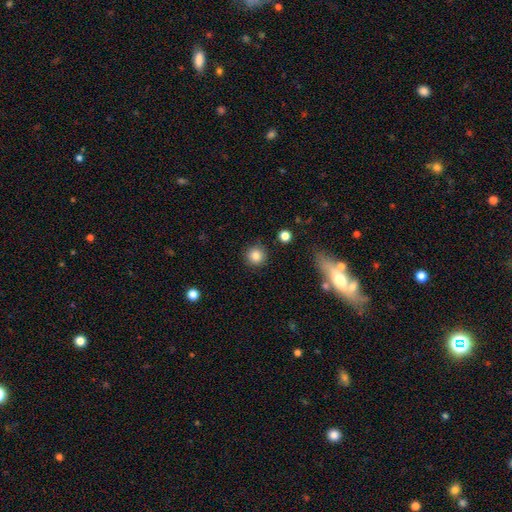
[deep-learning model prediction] Smooth or featured?
  - smooth: 84% *
  - star or artifact: 10%
  - featured or disk: 5%
How rounded?
  - round: 94% *
  - in between: 5%
  - cigar-shaped: 1%
Merging?
  - none: 89% *
  - minor disturbance: 7%
  - major disturbance: 2%
  - merger: 2%